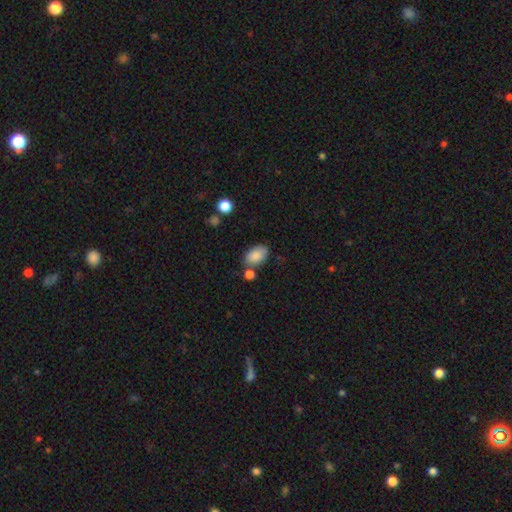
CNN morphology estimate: Smooth or featured? Predicted: smooth (p=0.85). How rounded? Predicted: in between (p=0.91). Merging? Predicted: none (p=0.64).